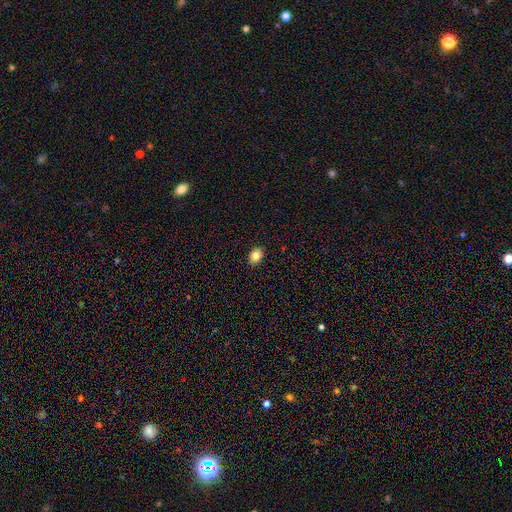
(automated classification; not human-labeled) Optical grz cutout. It shows a smooth galaxy with no disk features (83%) that is in between round and cigar-shaped (66%). Merging: none (90%).